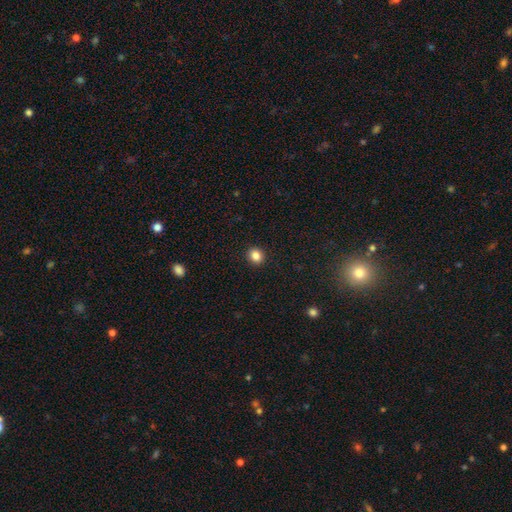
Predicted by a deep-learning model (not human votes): smooth 85%, star or artifact 11%, featured or disk 4%. Down the decision tree: how rounded — round (78%); merging — none (92%).